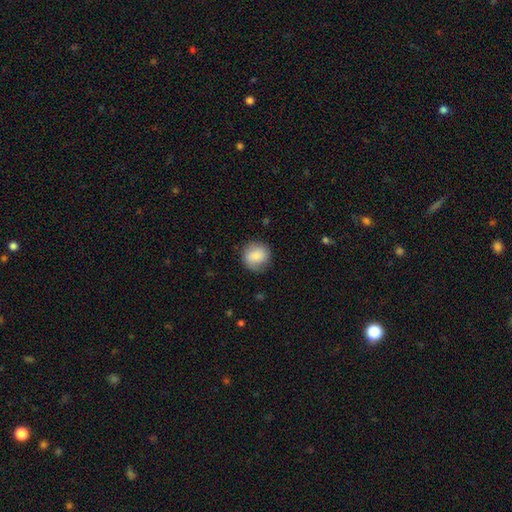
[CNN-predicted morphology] Q: Smooth or featured?
A: smooth (82%); runner-up: featured or disk (11%)
Q: How rounded?
A: round (89%); runner-up: in between (10%)
Q: Merging?
A: none (81%); runner-up: minor disturbance (14%)